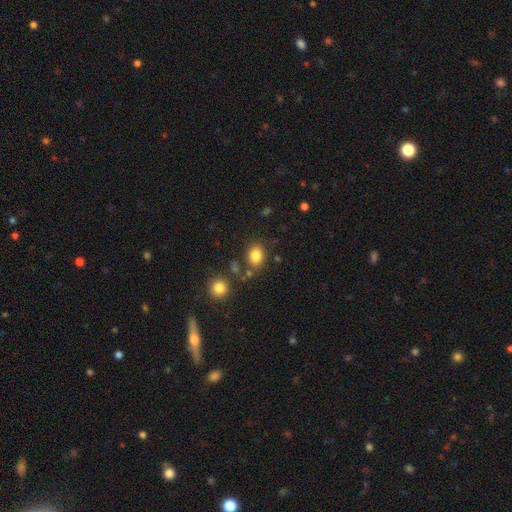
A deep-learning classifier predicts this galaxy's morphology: Smooth or featured? smooth (83%)
How rounded? in between (56%)
Merging? none (76%)